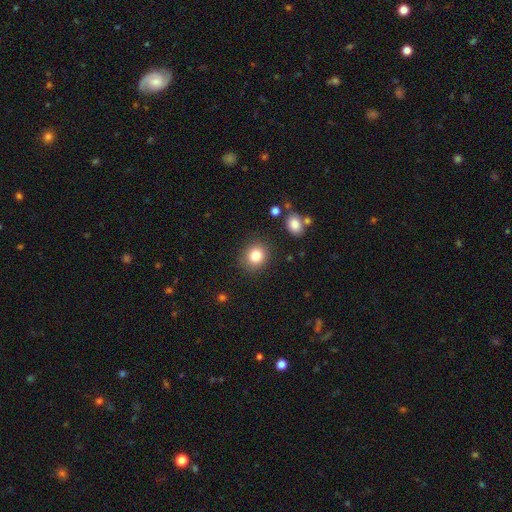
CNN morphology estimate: Smooth or featured: smooth — 83% (star or artifact — 11%)
How rounded: round — 79% (in between — 20%)
Merging: none — 87% (minor disturbance — 9%)